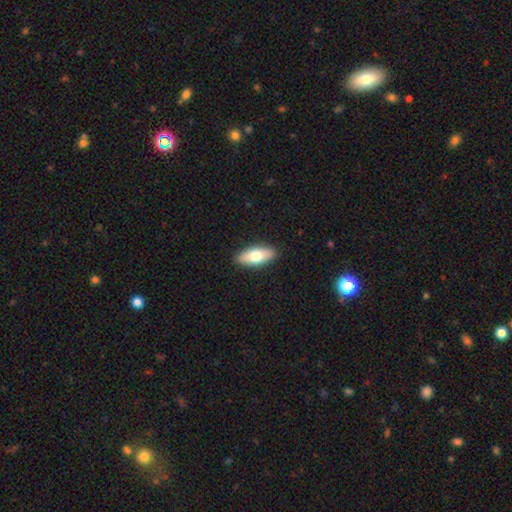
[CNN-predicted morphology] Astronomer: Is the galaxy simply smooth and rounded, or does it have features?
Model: smooth — 72%.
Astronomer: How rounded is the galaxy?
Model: in between — 84%.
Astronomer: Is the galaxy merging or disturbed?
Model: none — 90%.